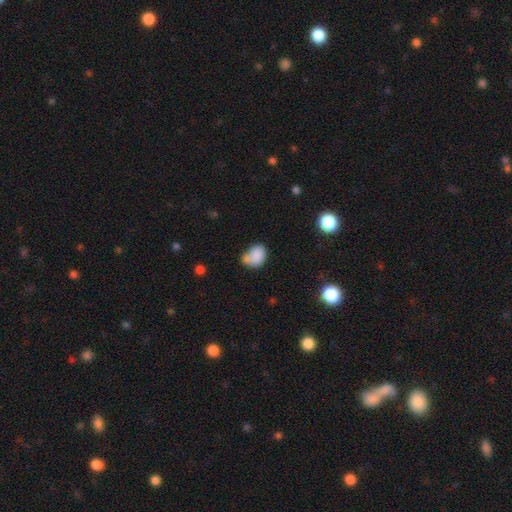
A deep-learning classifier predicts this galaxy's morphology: Q: Smooth or featured?
A: smooth (83%); runner-up: star or artifact (9%)
Q: How rounded?
A: in between (65%); runner-up: round (34%)
Q: Merging?
A: none (41%); runner-up: minor disturbance (27%)